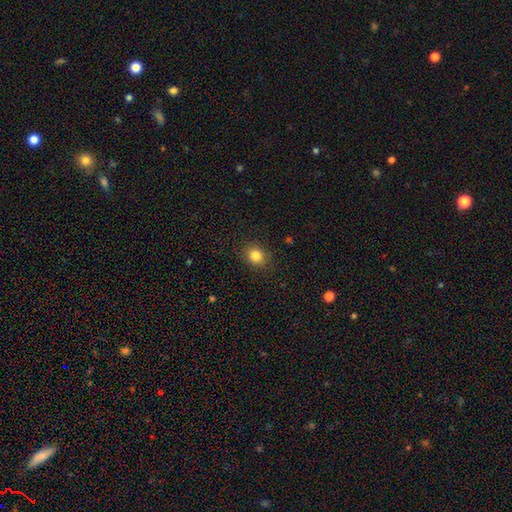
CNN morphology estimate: smooth 84%, star or artifact 11%, featured or disk 5%. Down the decision tree: how rounded — round (72%); merging — none (87%).